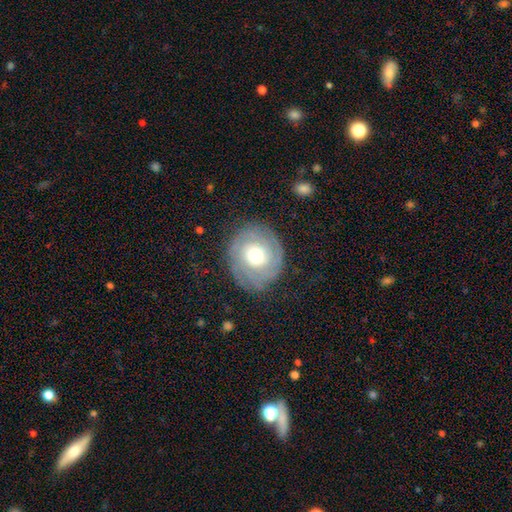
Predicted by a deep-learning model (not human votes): The model was most divided on "spiral arm count": can't tell: 36%, 2: 32%, 3: 15%, 4: 6%, 1: 6%, more than 4: 5%. More confident: edge-on disk — no (97%); spiral arms — yes (86%); merging — none (81%); bar — no (80%); spiral winding — tight (74%); smooth or featured — featured or disk (71%); bulge size — moderate (67%).